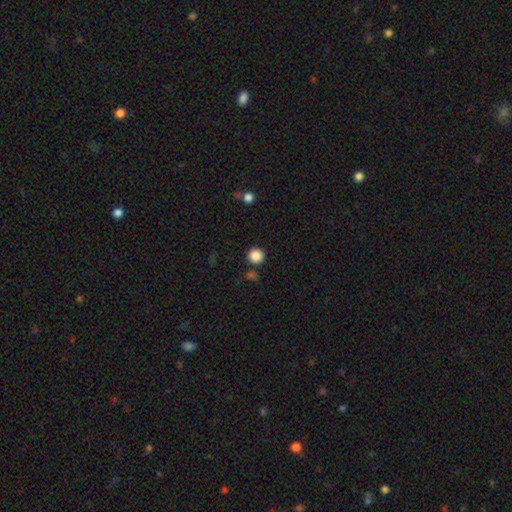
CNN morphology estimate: Smooth or featured? smooth (86%)
How rounded? round (94%)
Merging? none (88%)